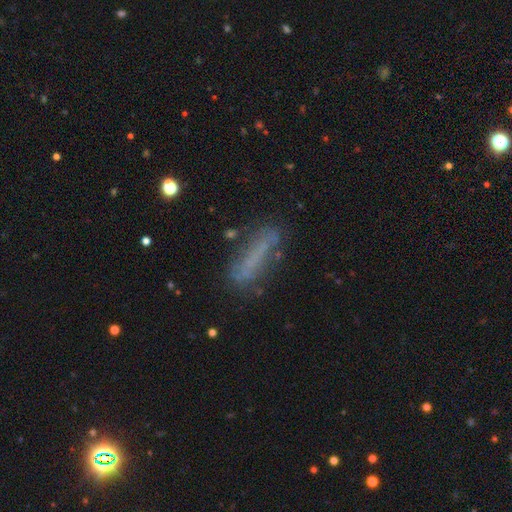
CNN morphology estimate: This is possibly a smooth galaxy (54%). How rounded: likely cigar-shaped (78%). Merging: likely none (67%).